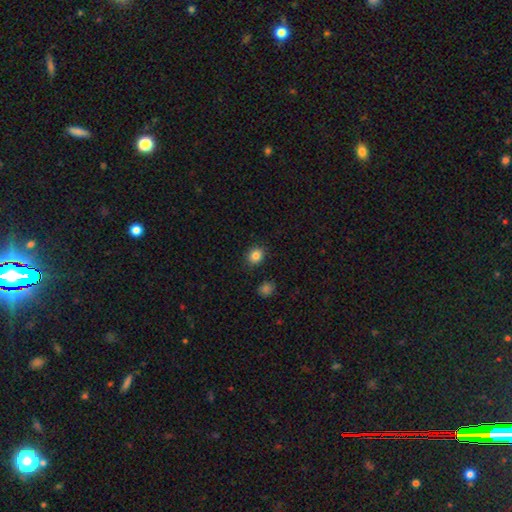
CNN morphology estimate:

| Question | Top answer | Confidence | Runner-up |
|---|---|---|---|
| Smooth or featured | smooth | 85% | star or artifact (11%) |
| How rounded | round | 71% | in between (28%) |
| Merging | none | 88% | minor disturbance (8%) |